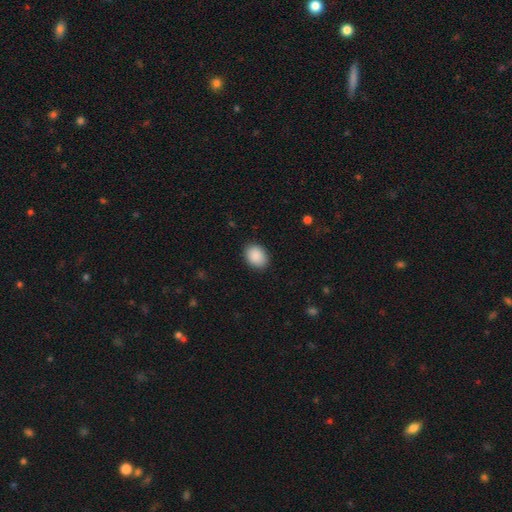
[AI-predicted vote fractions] A smooth galaxy with no disk features (90%) that is in between round and cigar-shaped (69%). Merging: none (88%).